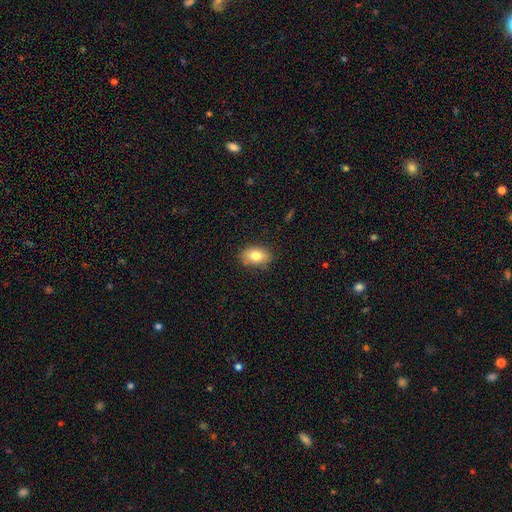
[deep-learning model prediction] Smooth or featured? smooth (81%)
How rounded? in between (84%)
Merging? none (85%)